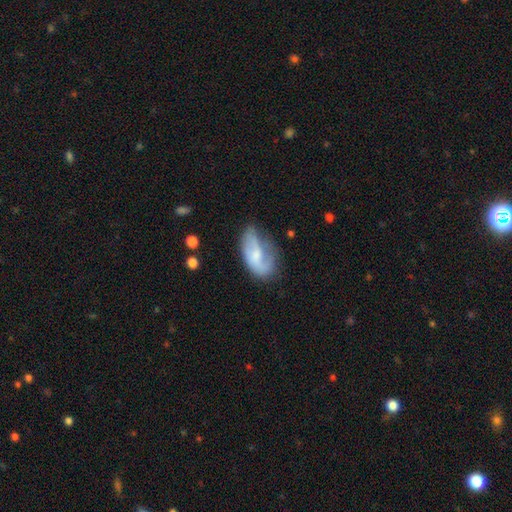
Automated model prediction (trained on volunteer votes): Smooth or featured?
  - featured or disk: 48% *
  - smooth: 45%
  - star or artifact: 7%
Merging?
  - none: 42% *
  - minor disturbance: 33%
  - major disturbance: 21%
  - merger: 4%